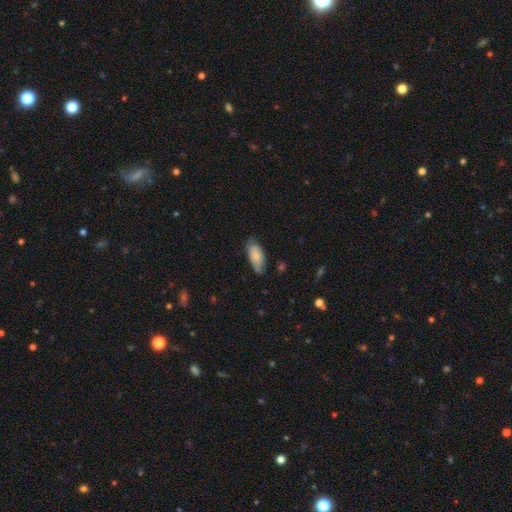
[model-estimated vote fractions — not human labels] Smooth or featured?
  - smooth: 79% *
  - featured or disk: 15%
  - star or artifact: 6%
How rounded?
  - in between: 86% *
  - cigar-shaped: 12%
  - round: 2%
Merging?
  - none: 69% *
  - minor disturbance: 25%
  - major disturbance: 4%
  - merger: 1%